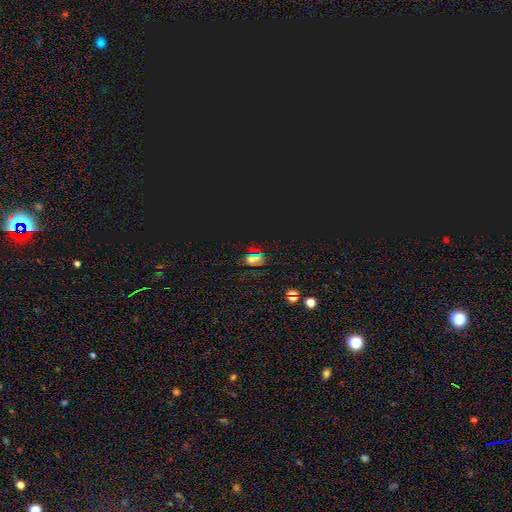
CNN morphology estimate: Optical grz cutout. It shows a star or artifact, not a galaxy (66%).